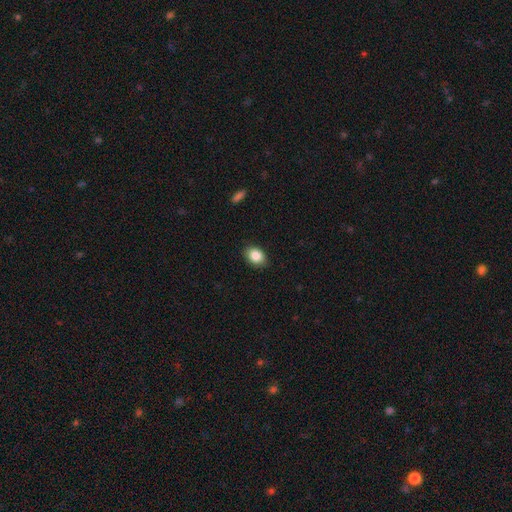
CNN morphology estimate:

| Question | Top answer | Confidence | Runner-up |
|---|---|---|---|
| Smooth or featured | smooth | 85% | star or artifact (8%) |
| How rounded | in between | 77% | round (22%) |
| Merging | none | 88% | minor disturbance (9%) |